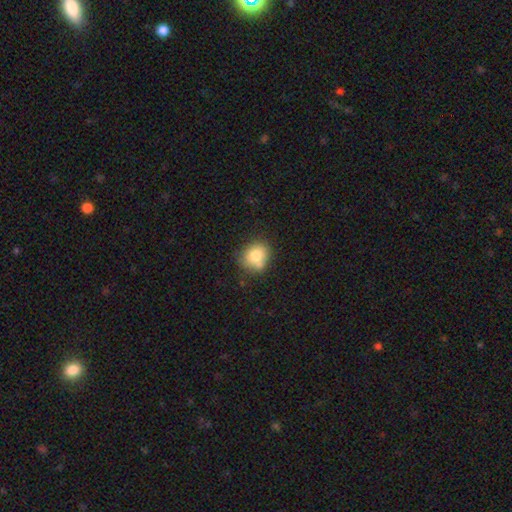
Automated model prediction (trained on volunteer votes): Smooth or featured? smooth (77%)
How rounded? round (68%)
Merging? none (60%)